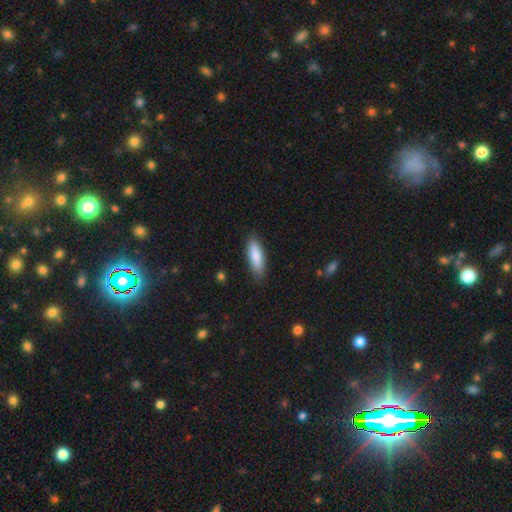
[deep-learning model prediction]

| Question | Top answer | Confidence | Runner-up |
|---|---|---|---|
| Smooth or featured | smooth | 85% | featured or disk (9%) |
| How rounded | in between | 59% | cigar-shaped (39%) |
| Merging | none | 85% | minor disturbance (11%) |